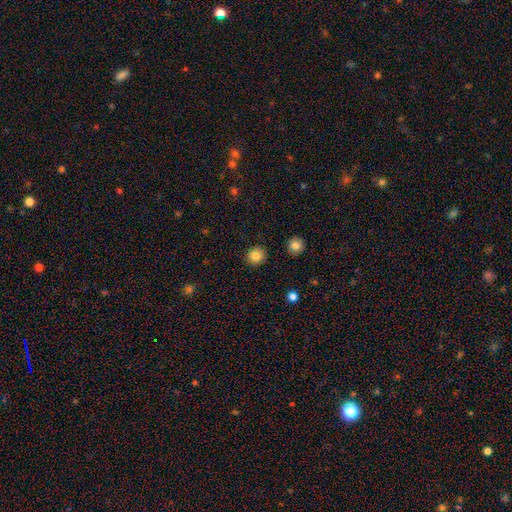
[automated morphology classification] Smooth or featured: smooth — 84% (star or artifact — 10%)
How rounded: round — 92% (in between — 7%)
Merging: none — 91% (minor disturbance — 6%)